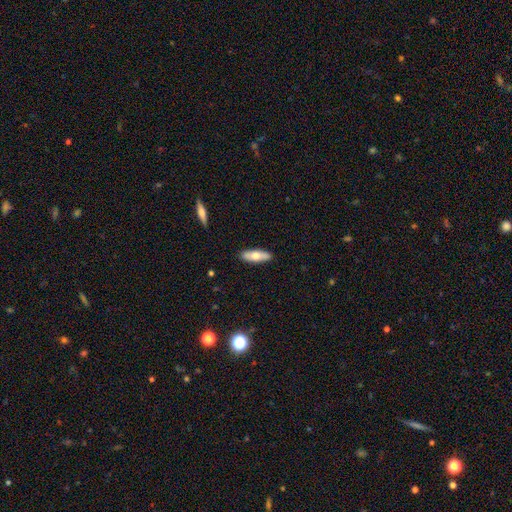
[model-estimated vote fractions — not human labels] The model was most divided on "how rounded": in between: 56%, cigar-shaped: 41%, round: 2%. More confident: merging — none (89%); smooth or featured — smooth (62%).